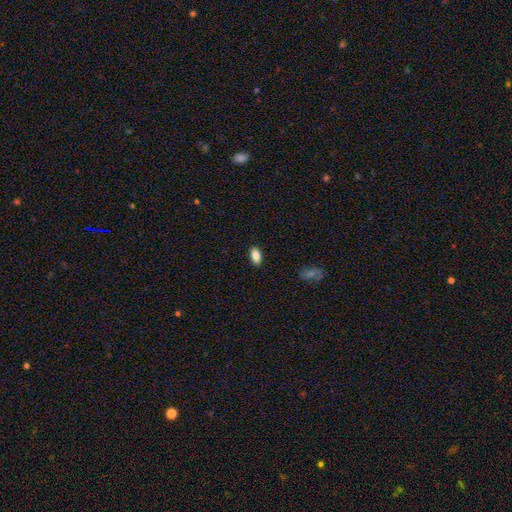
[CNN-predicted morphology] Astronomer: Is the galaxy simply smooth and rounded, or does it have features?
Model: smooth — 87%.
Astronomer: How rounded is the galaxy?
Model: in between — 91%.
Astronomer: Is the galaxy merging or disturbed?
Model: none — 89%.